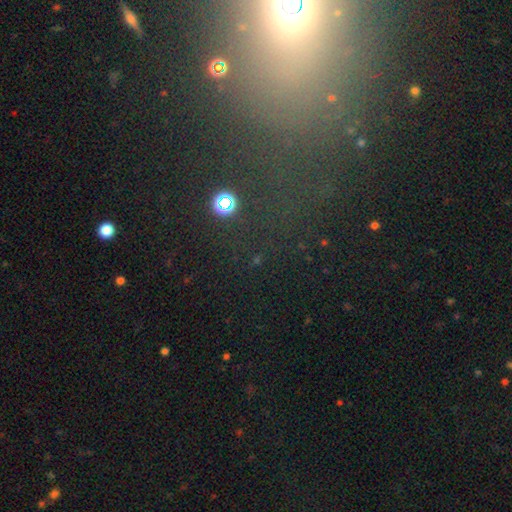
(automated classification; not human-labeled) A star or artifact, not a galaxy (58%).